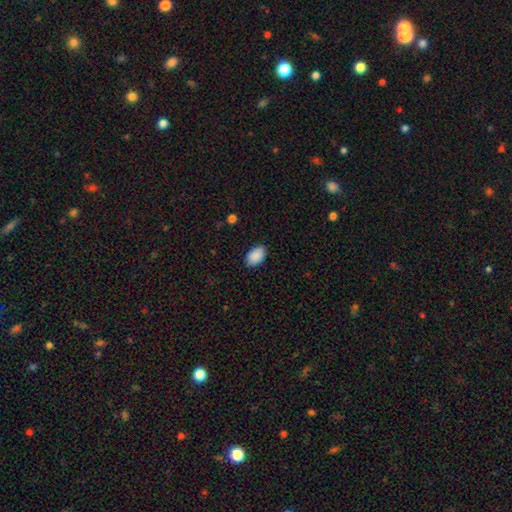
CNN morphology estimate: Overall: smooth (90%). How rounded: in between (93%). Merging: none (87%).